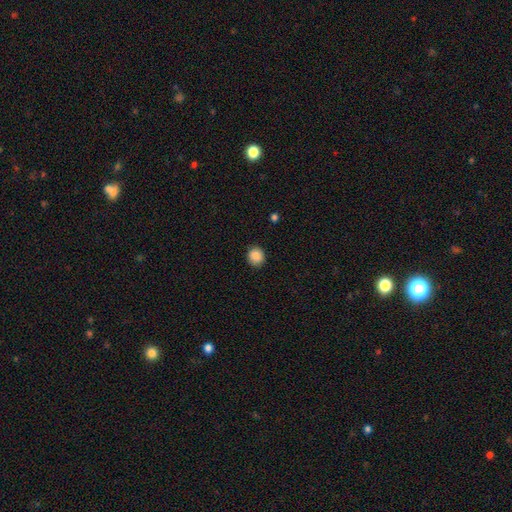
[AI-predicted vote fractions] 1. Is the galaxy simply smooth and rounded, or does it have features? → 88% smooth, 9% star or artifact, 3% featured or disk.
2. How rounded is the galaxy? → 82% round, 17% in between, 1% cigar-shaped.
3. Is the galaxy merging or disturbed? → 88% none, 9% minor disturbance, 2% major disturbance, 1% merger.